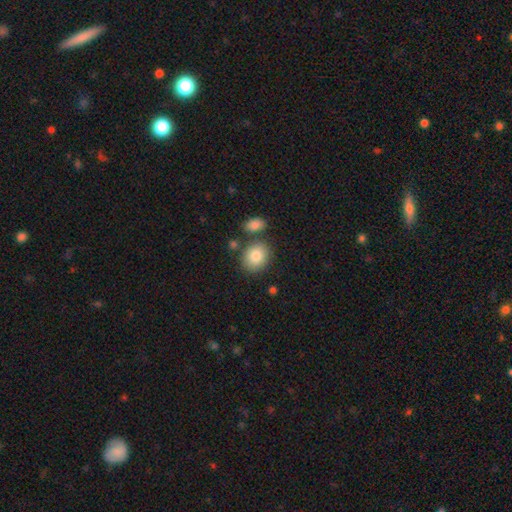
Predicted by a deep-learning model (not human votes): smooth-or-featured: smooth: 84% | featured or disk: 8% | star or artifact: 8%
  how-rounded: round: 53% | in between: 46% | cigar-shaped: 1%
  merging: none: 74% | merger: 11% | minor disturbance: 11% | major disturbance: 3%